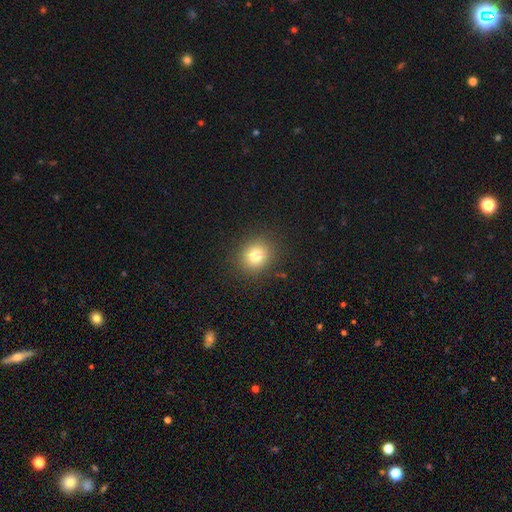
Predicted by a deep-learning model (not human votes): Morphology: type=smooth (79%); roundness=round (82%); merging=none (89%).